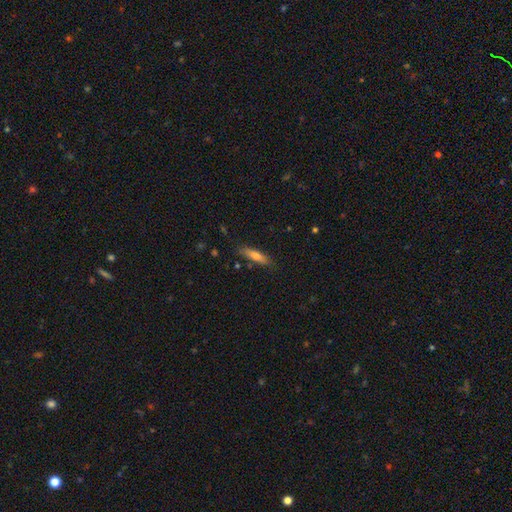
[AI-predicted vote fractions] This is likely a smooth galaxy (69%). How rounded: likely cigar-shaped (72%). Merging: clearly none (81%).